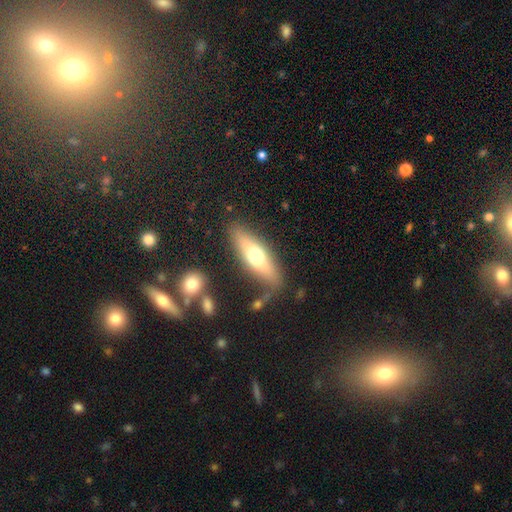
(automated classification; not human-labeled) Smooth or featured: smooth — 55% (featured or disk — 38%)
How rounded: cigar-shaped — 49% (in between — 48%)
Merging: none — 75% (minor disturbance — 14%)